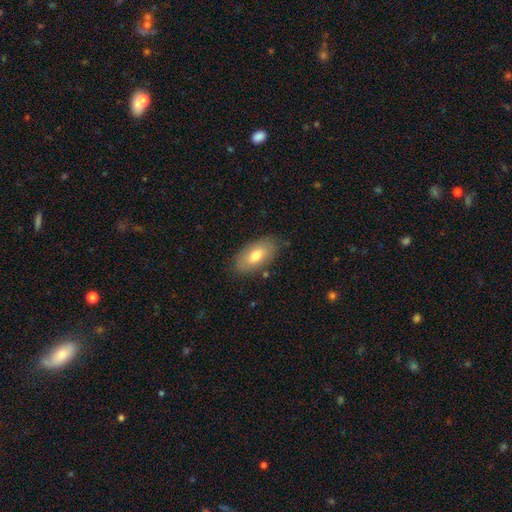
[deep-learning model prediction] Overall: smooth (75%). How rounded: in between (92%). Merging: none (82%).